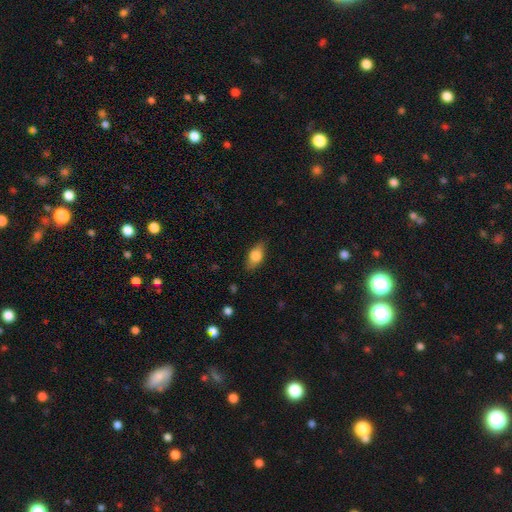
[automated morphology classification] smooth-or-featured: smooth: 74% | featured or disk: 19% | star or artifact: 7%
  how-rounded: in between: 84% | cigar-shaped: 10% | round: 6%
  merging: none: 82% | minor disturbance: 14% | major disturbance: 3% | merger: 1%